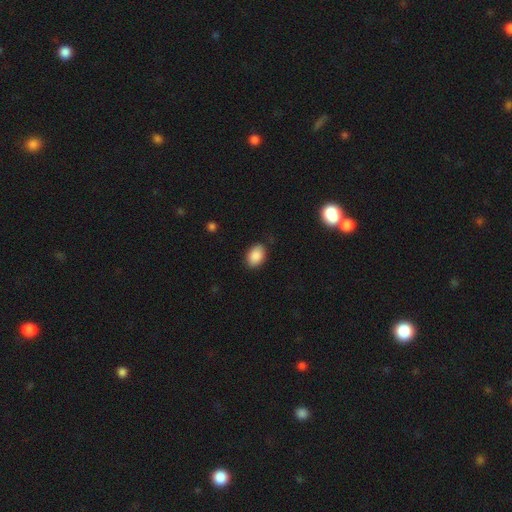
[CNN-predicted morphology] Smooth or featured?
  - smooth: 88% *
  - star or artifact: 7%
  - featured or disk: 4%
How rounded?
  - in between: 83% *
  - round: 16%
  - cigar-shaped: 1%
Merging?
  - none: 83% *
  - minor disturbance: 13%
  - major disturbance: 3%
  - merger: 1%